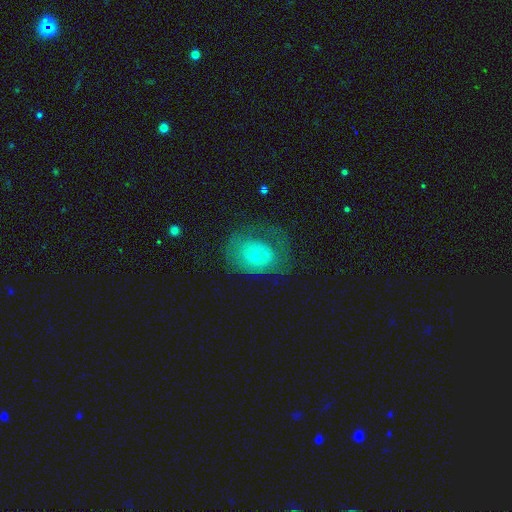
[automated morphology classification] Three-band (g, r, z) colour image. It shows a featured or disk galaxy (54%) with no bar (79%), spiral arms (65%) and a small central bulge (61%). Merging: none (64%).